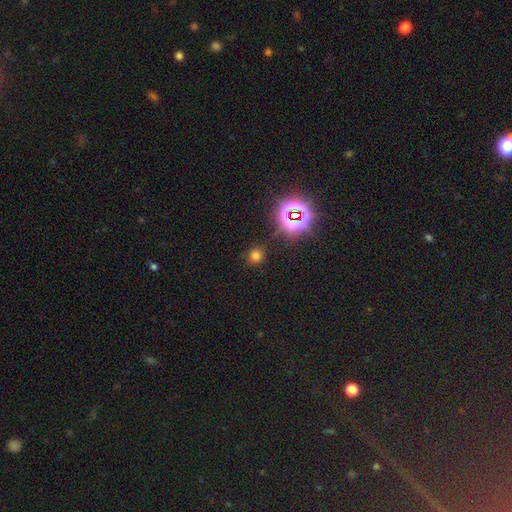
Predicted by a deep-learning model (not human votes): A smooth galaxy with no disk features (65%) that is round (88%). Merging: none (84%).